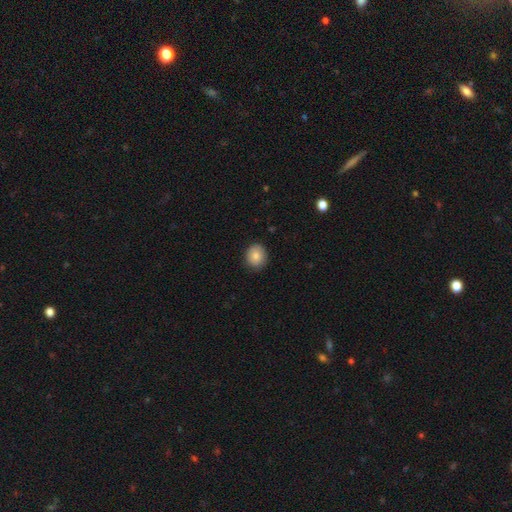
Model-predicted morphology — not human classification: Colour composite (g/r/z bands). It shows a smooth galaxy with no disk features (82%) that is round (77%). Merging: none (86%).